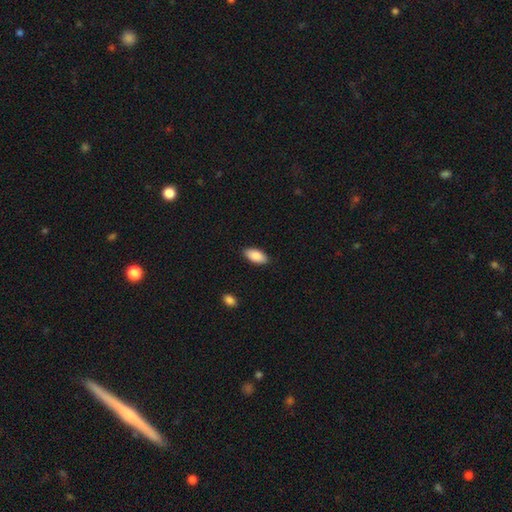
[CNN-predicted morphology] type=smooth (89%); roundness=in between (92%); merging=none (88%).